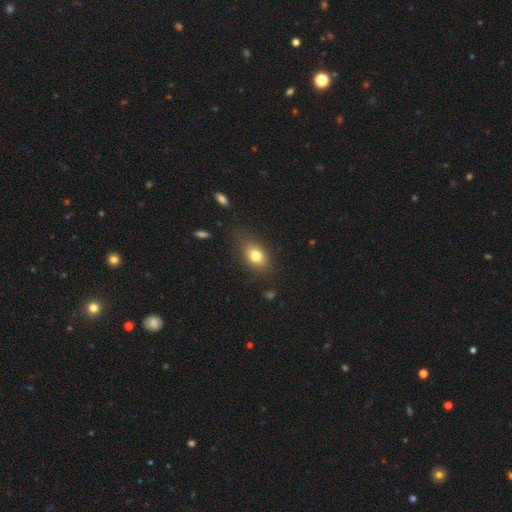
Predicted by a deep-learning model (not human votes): Smooth or featured? smooth (78%)
How rounded? in between (76%)
Merging? none (75%)